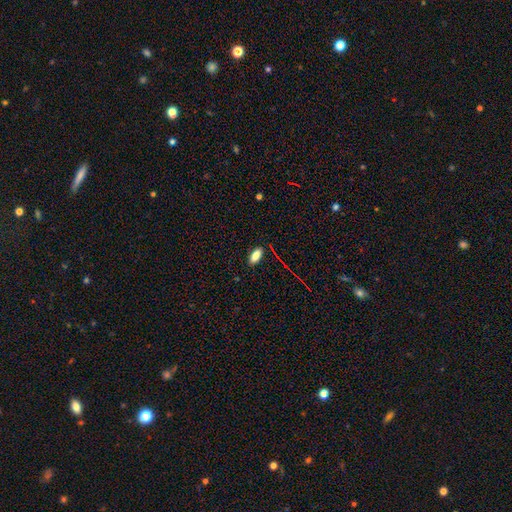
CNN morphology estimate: Smooth or featured? smooth (82%)
How rounded? in between (86%)
Merging? none (86%)